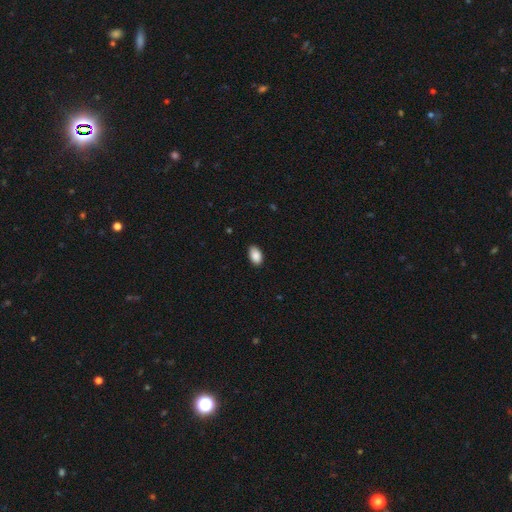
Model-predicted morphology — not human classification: The model was most divided on "merging": none: 86%, minor disturbance: 11%, major disturbance: 2%, merger: 1%. More confident: how rounded — in between (93%); smooth or featured — smooth (90%).